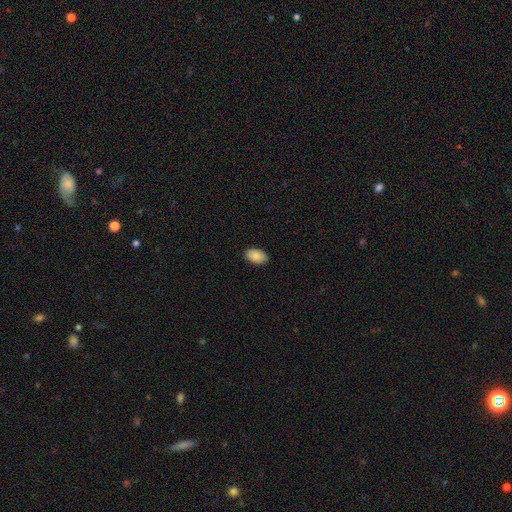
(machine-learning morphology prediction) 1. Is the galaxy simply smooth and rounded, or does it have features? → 88% smooth, 7% star or artifact, 5% featured or disk.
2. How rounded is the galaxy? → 93% in between, 6% round, 1% cigar-shaped.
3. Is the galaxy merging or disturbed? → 89% none, 9% minor disturbance, 2% major disturbance, 1% merger.